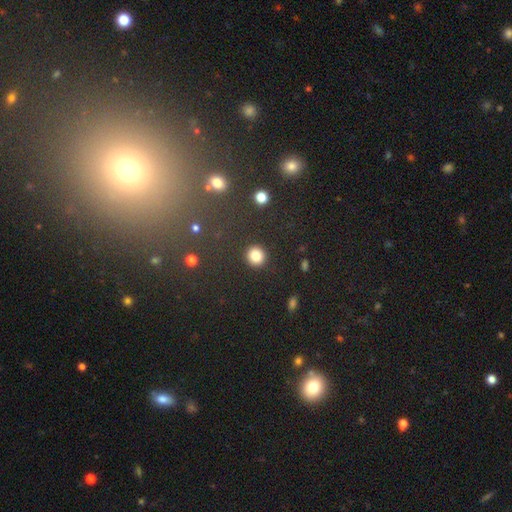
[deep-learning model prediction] Smooth or featured? Predicted: smooth (p=0.84). How rounded? Predicted: round (p=0.90). Merging? Predicted: none (p=0.91).